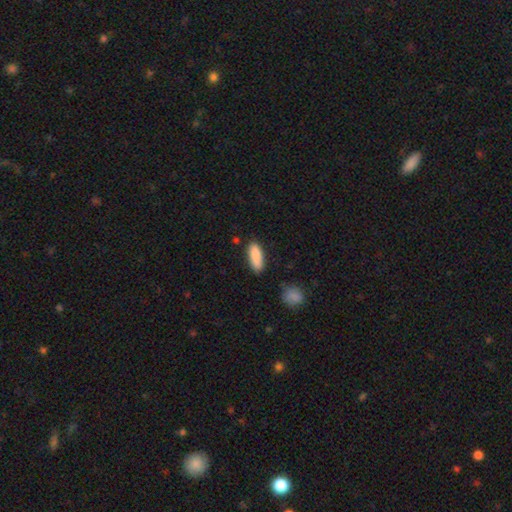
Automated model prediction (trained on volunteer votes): smooth-or-featured: smooth: 88% | featured or disk: 6% | star or artifact: 6%
  how-rounded: in between: 65% | cigar-shaped: 33% | round: 2%
  merging: none: 81% | minor disturbance: 13% | merger: 3% | major disturbance: 3%